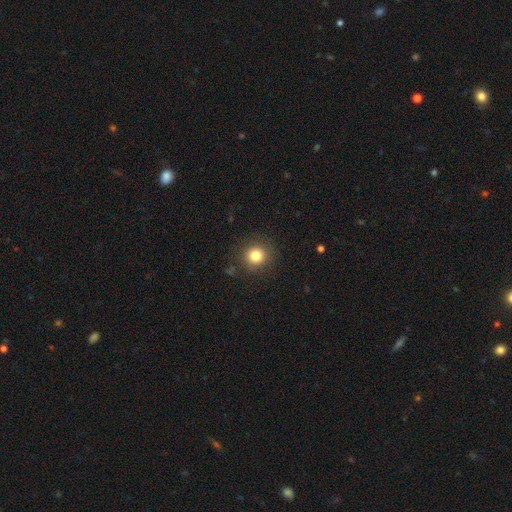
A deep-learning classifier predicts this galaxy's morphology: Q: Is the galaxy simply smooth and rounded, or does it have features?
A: smooth — 81%.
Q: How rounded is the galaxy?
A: round — 92%.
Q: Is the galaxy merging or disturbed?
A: none — 89%.